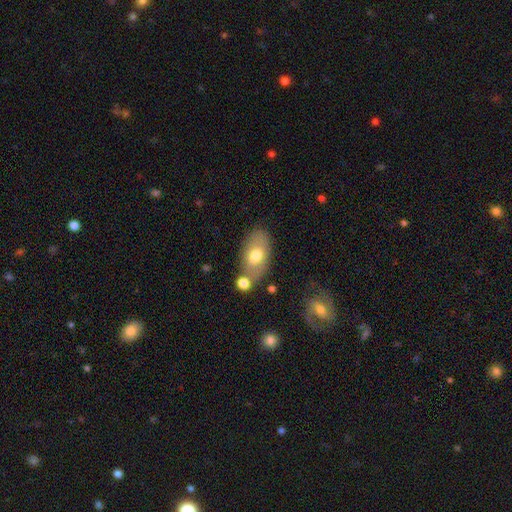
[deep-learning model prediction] Morphology: type=smooth (69%); roundness=in between (91%); merging=none (64%).